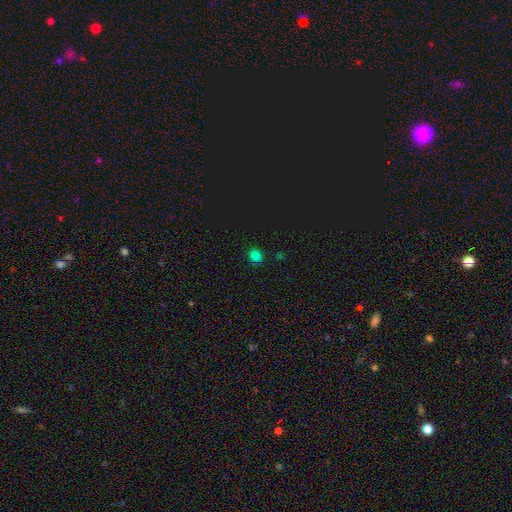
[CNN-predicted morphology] Smooth or featured: smooth — 75% (star or artifact — 20%)
How rounded: round — 75% (in between — 24%)
Merging: none — 88% (minor disturbance — 8%)